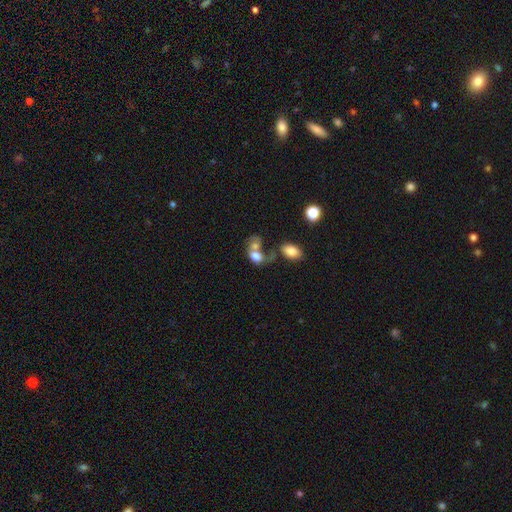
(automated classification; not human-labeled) This is likely a smooth galaxy (67%). How rounded: likely in between (70%). Merging: likely merger (61%).